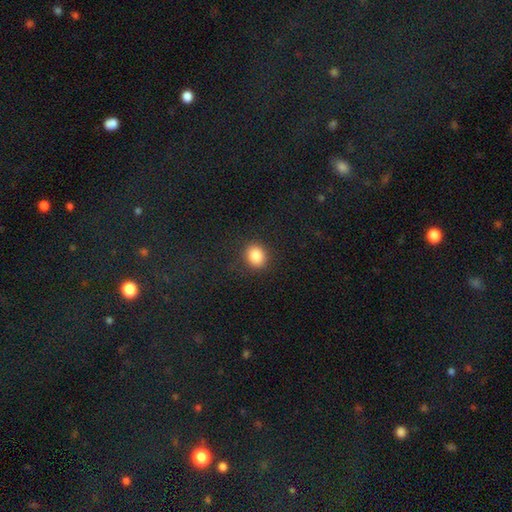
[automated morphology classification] This is clearly a smooth galaxy (85%). How rounded: likely round (73%). Merging: clearly none (88%).